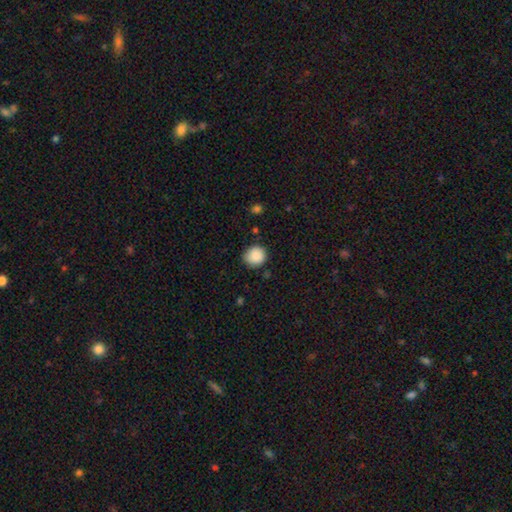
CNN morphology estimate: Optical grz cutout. It shows a smooth galaxy with no disk features (88%) that is round (88%). Merging: none (81%).